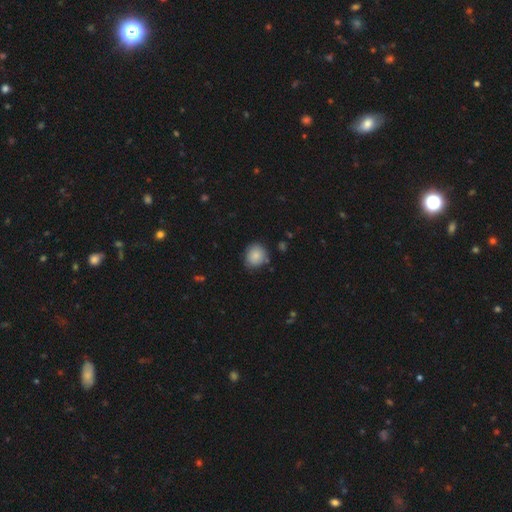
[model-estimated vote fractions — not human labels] smooth-or-featured: smooth: 85% | star or artifact: 8% | featured or disk: 7%
  how-rounded: round: 80% | in between: 19% | cigar-shaped: 1%
  merging: none: 78% | minor disturbance: 17% | major disturbance: 3% | merger: 2%